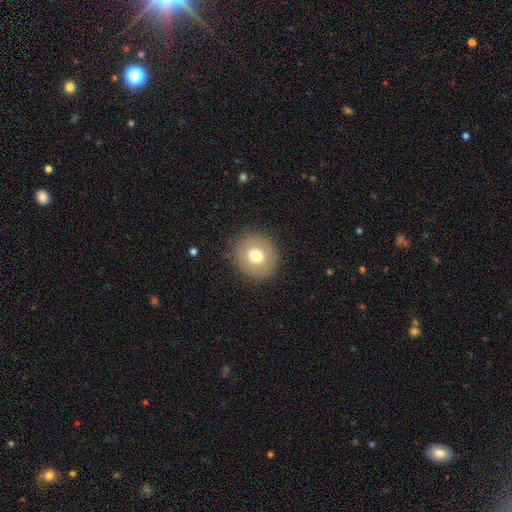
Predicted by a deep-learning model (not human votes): Morphology: type=smooth (72%); roundness=round (90%); merging=none (90%).